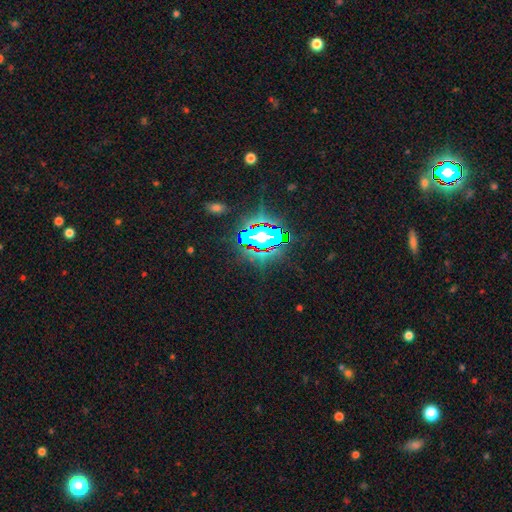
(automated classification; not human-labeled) Overall: star or artifact (84%).